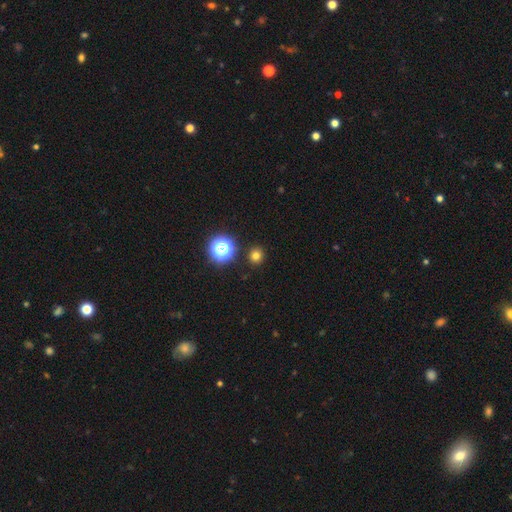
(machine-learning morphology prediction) A smooth galaxy with no disk features (75%) that is round (91%).

Vote fractions:
- Smooth or featured? smooth: 75% / star or artifact: 20% / featured or disk: 5%
- How rounded? round: 91% / in between: 9% / cigar-shaped: 1%
- Merging? none: 90% / minor disturbance: 5% / merger: 2% / major disturbance: 2%